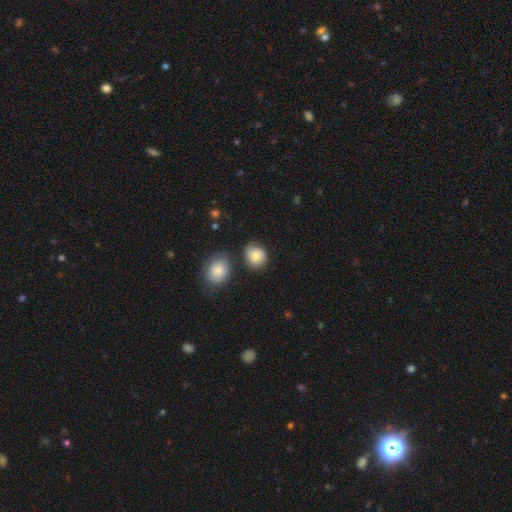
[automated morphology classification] type=smooth (74%); roundness=round (74%); merging=none (66%).